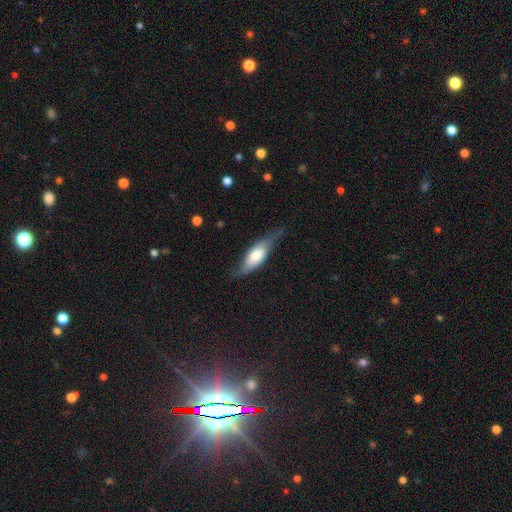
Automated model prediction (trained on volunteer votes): Morphology: type=smooth (52%); roundness=in between (63%); merging=none (58%).